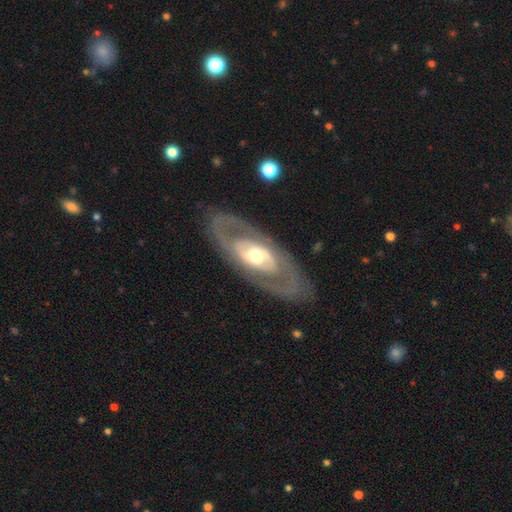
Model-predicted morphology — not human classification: Overall: featured or disk (73%). Edge-on disk: no (86%). Bar: no (66%). Spiral arms: no (65%; yes 35%). Bulge size: moderate (67%). Merging: none (80%).